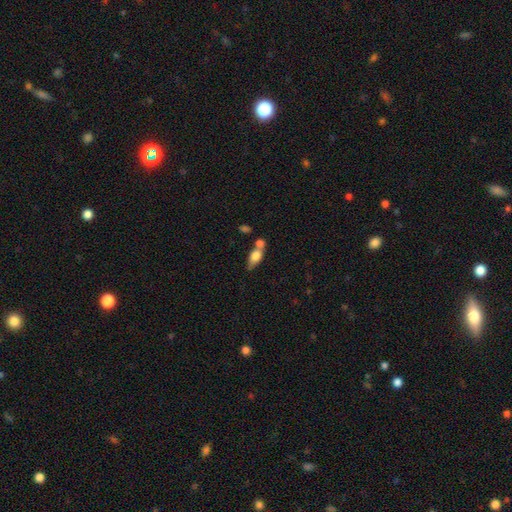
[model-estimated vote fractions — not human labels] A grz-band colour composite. It shows a smooth galaxy with no disk features (69%) that is in between round and cigar-shaped (73%). Merging: merger (41%).